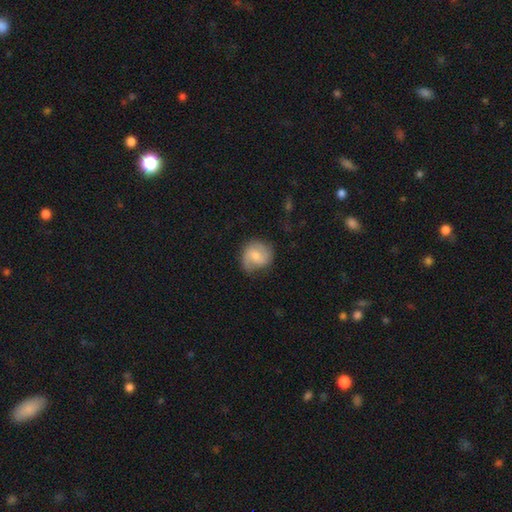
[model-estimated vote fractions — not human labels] smooth-or-featured: featured or disk: 47% | smooth: 46% | star or artifact: 7%
  merging: none: 66% | minor disturbance: 24% | major disturbance: 9% | merger: 1%